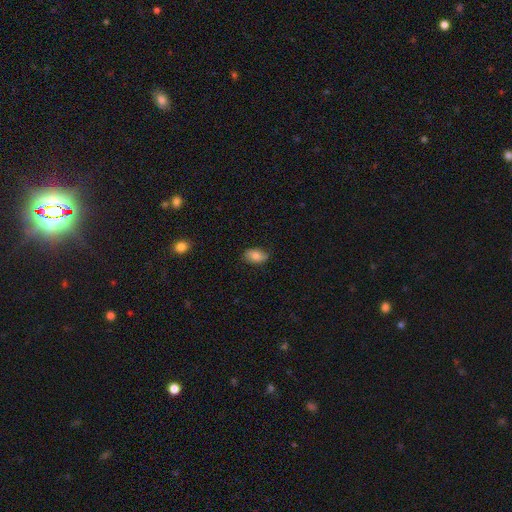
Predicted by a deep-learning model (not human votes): Smooth or featured? smooth (77%)
How rounded? in between (90%)
Merging? none (79%)